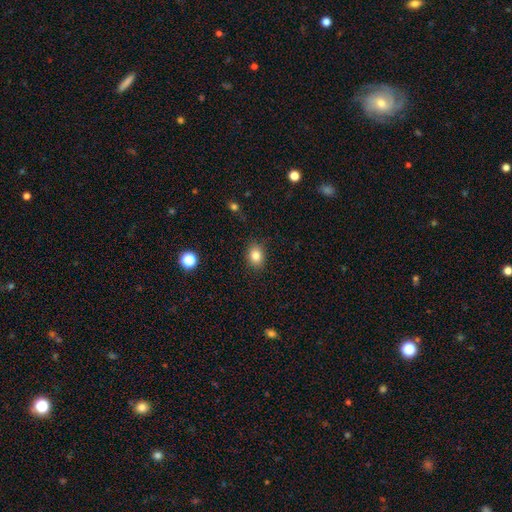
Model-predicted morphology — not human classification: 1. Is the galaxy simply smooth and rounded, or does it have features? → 83% smooth, 10% star or artifact, 6% featured or disk.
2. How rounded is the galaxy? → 62% in between, 37% round, 1% cigar-shaped.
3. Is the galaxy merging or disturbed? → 87% none, 10% minor disturbance, 2% major disturbance, 1% merger.